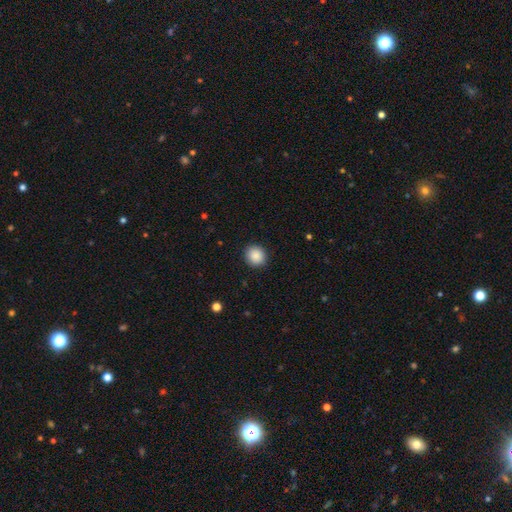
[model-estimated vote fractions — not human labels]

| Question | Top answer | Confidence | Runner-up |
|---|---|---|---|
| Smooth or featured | smooth | 89% | star or artifact (8%) |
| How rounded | round | 87% | in between (12%) |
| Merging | none | 91% | minor disturbance (6%) |